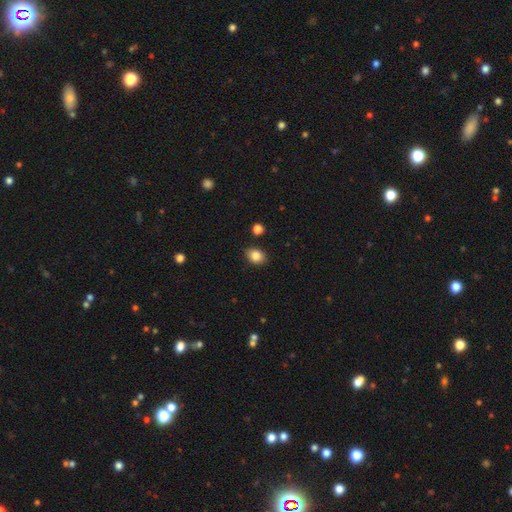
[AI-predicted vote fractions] Overall: smooth (84%). How rounded: in between (65%; round 34%). Merging: none (86%).